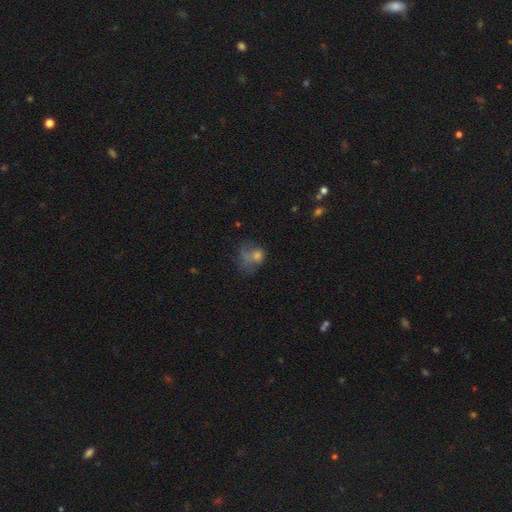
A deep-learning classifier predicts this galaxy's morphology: Smooth or featured?
  - smooth: 54% *
  - featured or disk: 27%
  - star or artifact: 19%
How rounded?
  - round: 51% *
  - in between: 47%
  - cigar-shaped: 2%
Merging?
  - major disturbance: 39% *
  - none: 31%
  - minor disturbance: 23%
  - merger: 7%